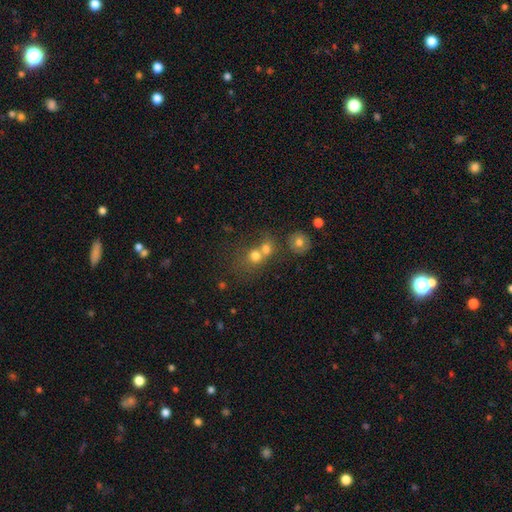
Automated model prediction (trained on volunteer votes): smooth_or_featured: smooth (p=0.70) [alt: star or artifact p=0.15]
how_rounded: round (p=0.78) [alt: in between p=0.21]
merging: merger (p=0.53) [alt: none p=0.35]